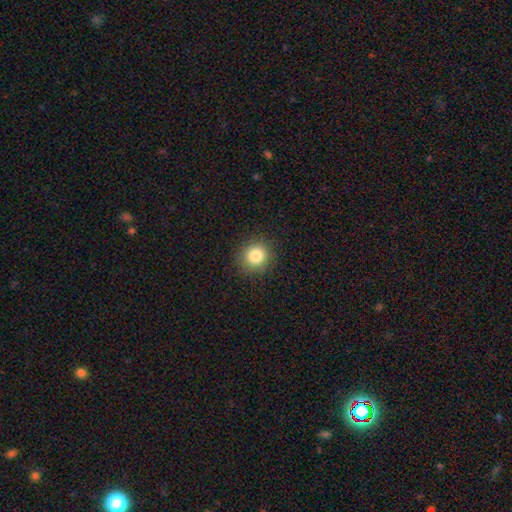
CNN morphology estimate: A smooth galaxy with no disk features (83%) that is round (89%).

Vote fractions:
- Smooth or featured? smooth: 83% / star or artifact: 11% / featured or disk: 6%
- How rounded? round: 89% / in between: 10% / cigar-shaped: 1%
- Merging? none: 90% / minor disturbance: 7% / major disturbance: 2% / merger: 1%